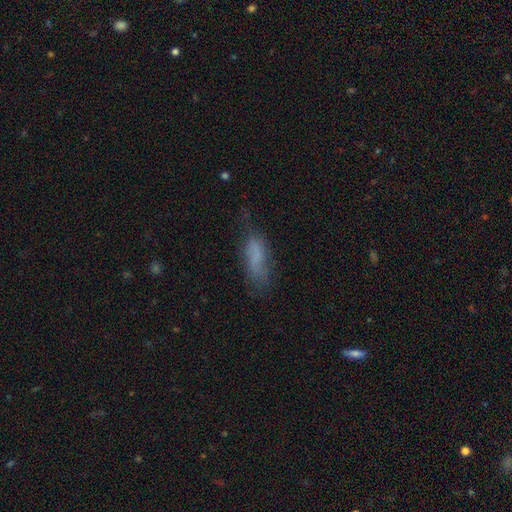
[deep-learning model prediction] This is likely a smooth galaxy (66%). How rounded: likely in between (62%). Merging: possibly none (52%).